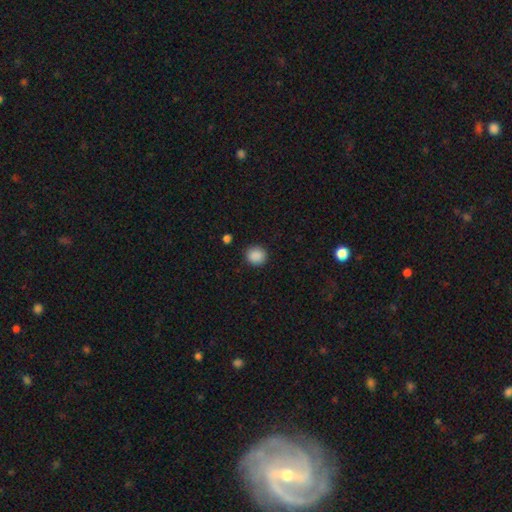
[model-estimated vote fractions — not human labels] Q: Smooth or featured?
A: smooth (88%); runner-up: star or artifact (9%)
Q: How rounded?
A: round (89%); runner-up: in between (10%)
Q: Merging?
A: none (90%); runner-up: minor disturbance (7%)